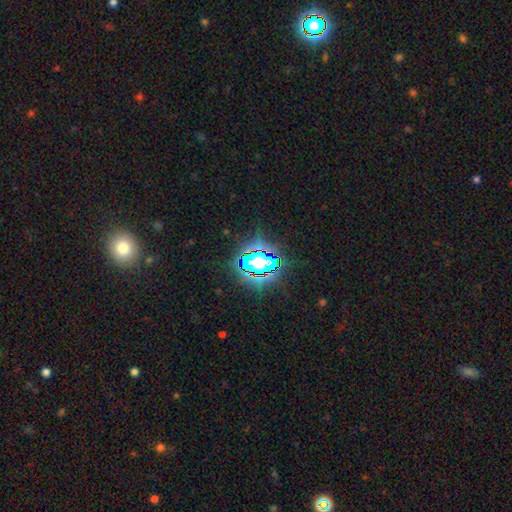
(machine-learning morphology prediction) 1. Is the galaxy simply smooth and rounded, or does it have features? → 68% star or artifact, 19% smooth, 13% featured or disk.